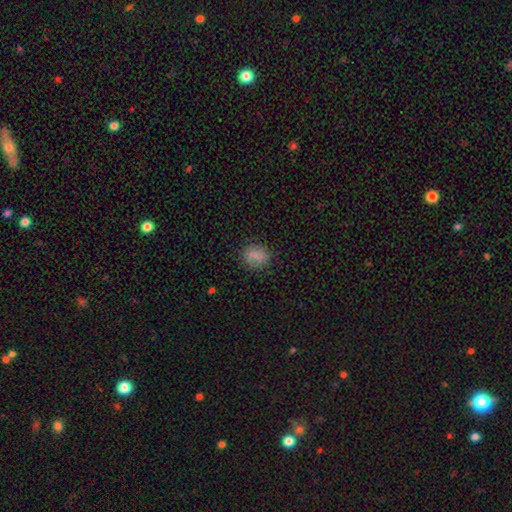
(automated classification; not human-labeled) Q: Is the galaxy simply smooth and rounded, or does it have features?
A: smooth — 84%.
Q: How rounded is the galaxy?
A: in between — 53%.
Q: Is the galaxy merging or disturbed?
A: none — 83%.